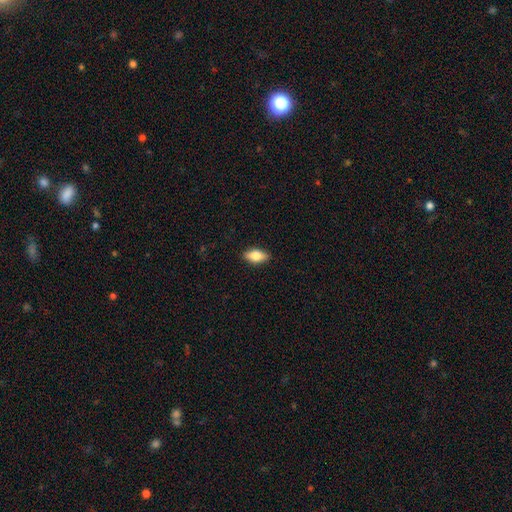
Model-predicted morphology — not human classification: This is likely a smooth galaxy (73%). How rounded: clearly in between (85%). Merging: clearly none (88%).